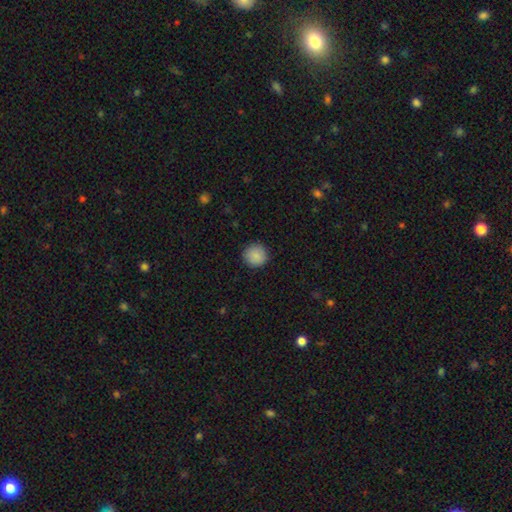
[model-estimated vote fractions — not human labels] This appears to be a smooth galaxy with no disk features (89%) that is round (95%). Merging: none (91%).